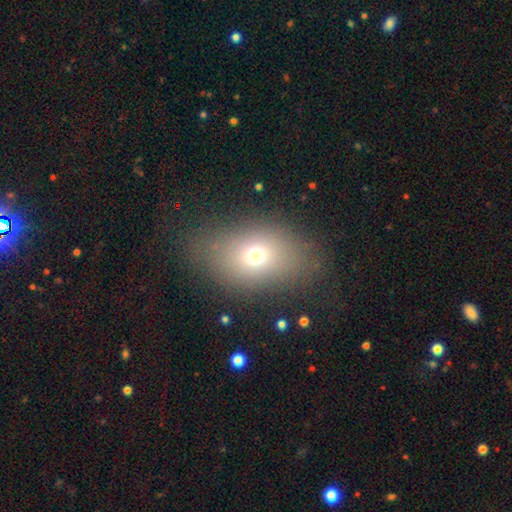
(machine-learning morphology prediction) This appears to be a smooth galaxy with no disk features (69%) that is in between round and cigar-shaped (74%). Merging: none (77%).